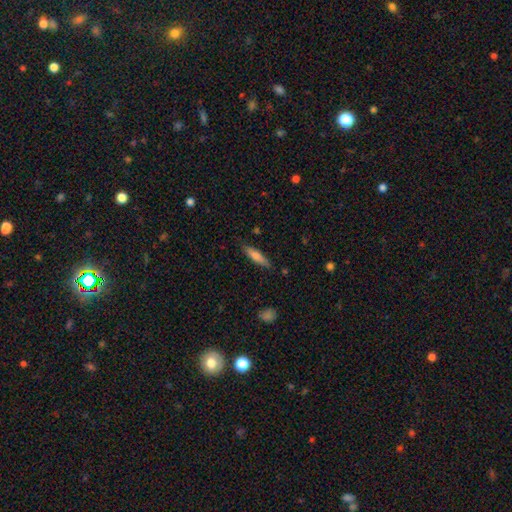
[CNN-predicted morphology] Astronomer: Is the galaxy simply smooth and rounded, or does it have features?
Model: smooth — 70%.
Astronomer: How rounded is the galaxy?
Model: cigar-shaped — 75%.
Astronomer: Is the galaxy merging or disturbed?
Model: none — 84%.